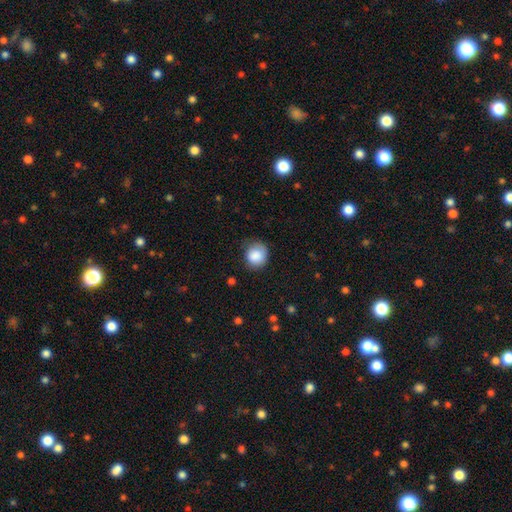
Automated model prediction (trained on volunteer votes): The model was most divided on "merging": none: 71%, minor disturbance: 22%, major disturbance: 6%, merger: 1%. More confident: smooth or featured — smooth (86%); how rounded — round (82%).